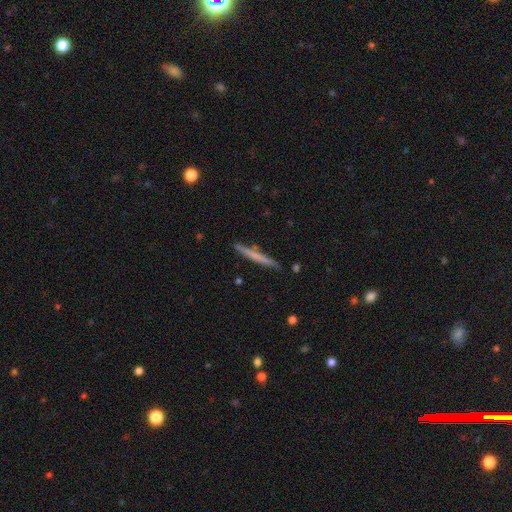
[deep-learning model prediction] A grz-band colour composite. It shows a smooth galaxy with no disk features (55%) that is cigar-shaped (96%). Merging: none (87%).